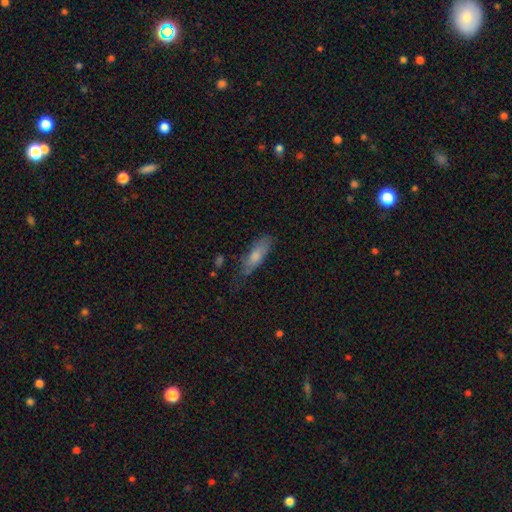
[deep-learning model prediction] Smooth or featured? Predicted: smooth (p=0.71). How rounded? Predicted: in between (p=0.54). Merging? Predicted: none (p=0.60).